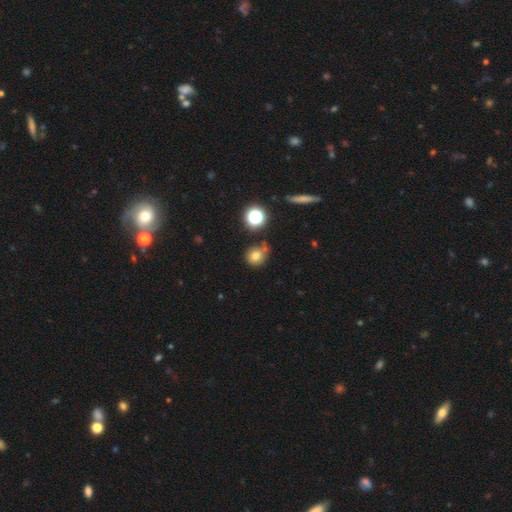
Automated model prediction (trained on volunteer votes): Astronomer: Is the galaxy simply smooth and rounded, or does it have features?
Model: smooth — 75%.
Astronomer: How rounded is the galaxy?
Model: round — 81%.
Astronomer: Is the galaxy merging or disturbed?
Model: none — 64%.